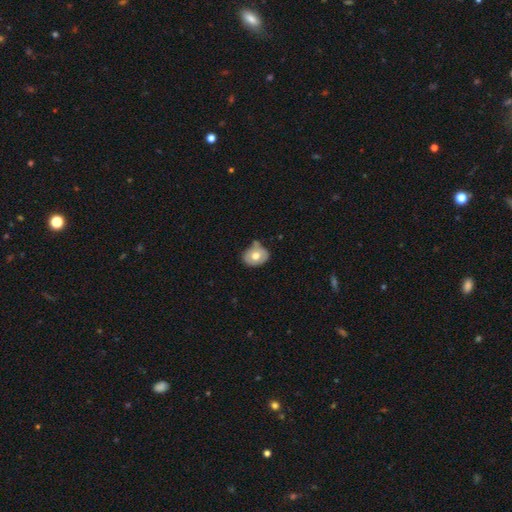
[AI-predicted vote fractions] smooth_or_featured: smooth (p=0.66) [alt: featured or disk p=0.27]
how_rounded: in between (p=0.50) [alt: round p=0.49]
merging: none (p=0.58) [alt: minor disturbance p=0.27]